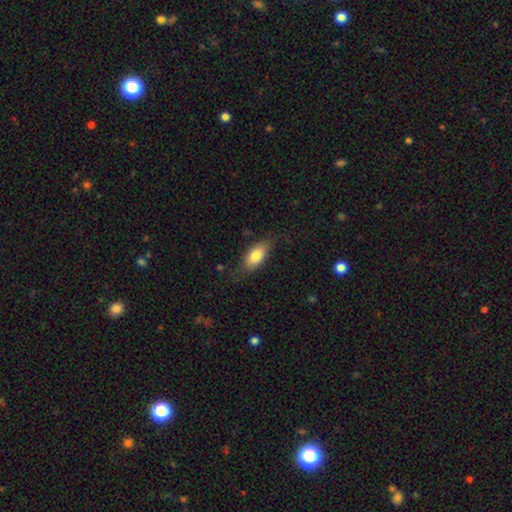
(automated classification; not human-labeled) Morphology: type=smooth (77%); roundness=in between (85%); merging=none (70%).